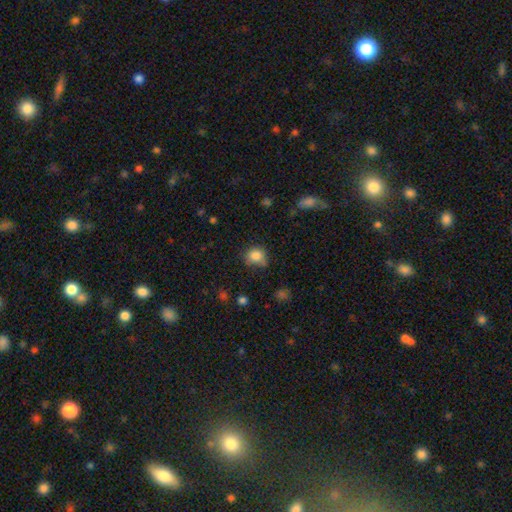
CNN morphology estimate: Smooth or featured? smooth (83%)
How rounded? round (72%)
Merging? none (59%)